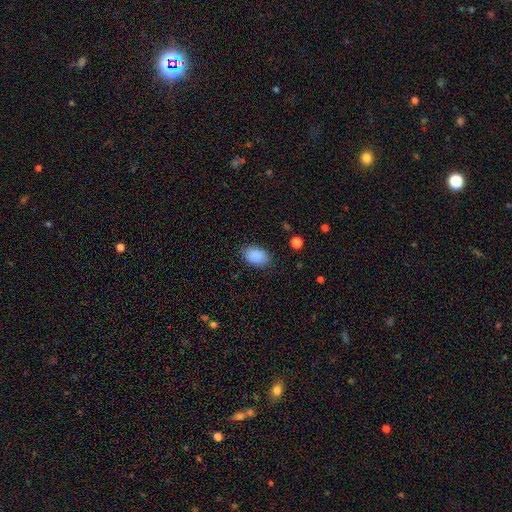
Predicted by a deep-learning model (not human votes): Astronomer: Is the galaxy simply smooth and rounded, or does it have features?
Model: smooth — 89%.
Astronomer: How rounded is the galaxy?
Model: in between — 87%.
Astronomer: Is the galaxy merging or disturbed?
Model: none — 84%.